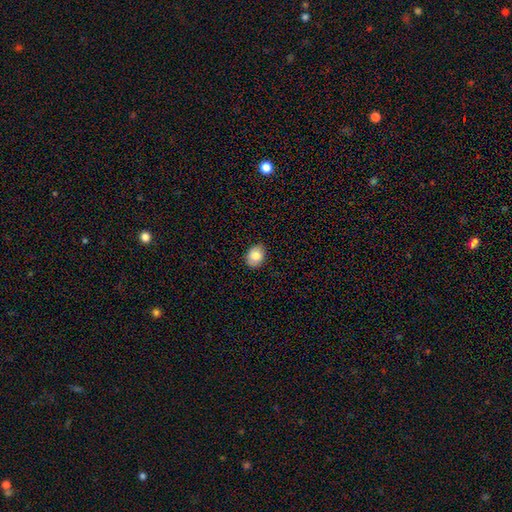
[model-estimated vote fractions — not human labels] Smooth or featured? Predicted: smooth (p=0.81). How rounded? Predicted: in between (p=0.65). Merging? Predicted: none (p=0.89).